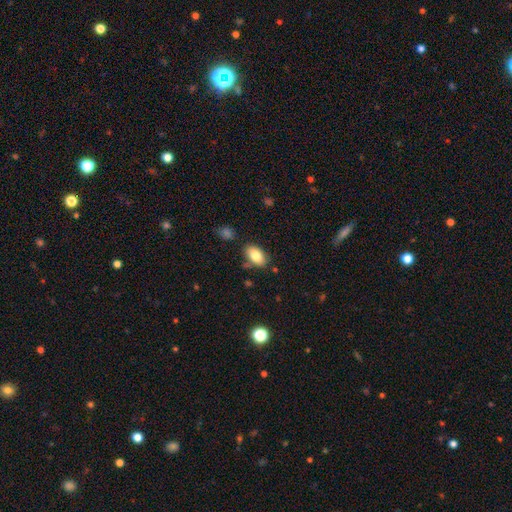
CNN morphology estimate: A smooth galaxy with no disk features (81%) that is in between round and cigar-shaped (92%). Merging: none (76%).